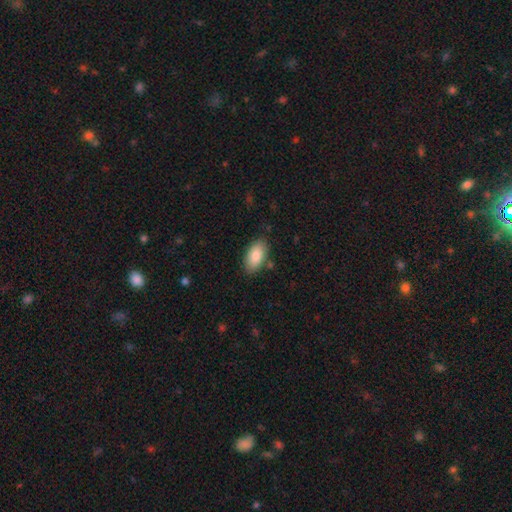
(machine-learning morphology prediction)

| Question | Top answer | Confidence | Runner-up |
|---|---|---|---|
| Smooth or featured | smooth | 86% | featured or disk (8%) |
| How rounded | in between | 93% | cigar-shaped (4%) |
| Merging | none | 83% | minor disturbance (12%) |